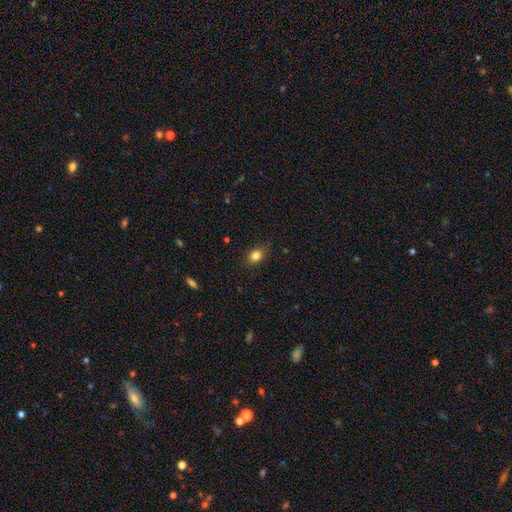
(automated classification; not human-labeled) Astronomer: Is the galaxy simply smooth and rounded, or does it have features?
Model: smooth — 83%.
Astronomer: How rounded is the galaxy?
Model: in between — 60% (runner-up: round, 39%).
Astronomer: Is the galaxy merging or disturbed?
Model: none — 84%.